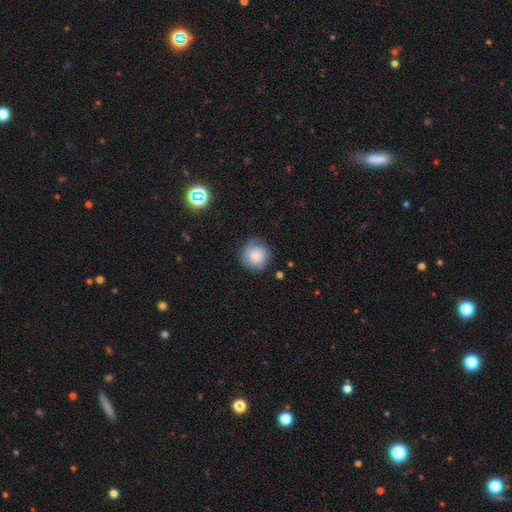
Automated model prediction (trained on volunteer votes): A smooth galaxy with no disk features (77%) that is round (93%).

Vote fractions:
- Smooth or featured? smooth: 77% / featured or disk: 14% / star or artifact: 9%
- How rounded? round: 93% / in between: 6% / cigar-shaped: 1%
- Merging? none: 78% / minor disturbance: 16% / major disturbance: 4% / merger: 1%